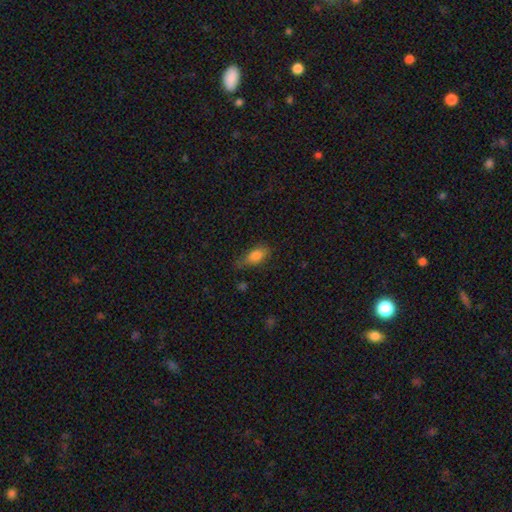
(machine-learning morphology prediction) Smooth or featured: smooth — 81% (featured or disk — 10%)
How rounded: in between — 85% (cigar-shaped — 10%)
Merging: none — 64% (minor disturbance — 26%)